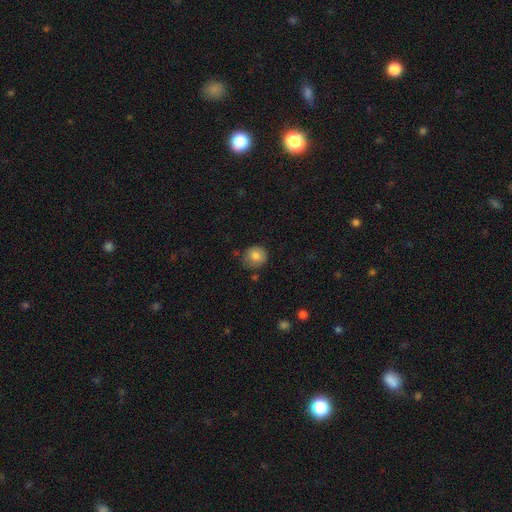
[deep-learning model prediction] The model was most divided on "merging": none: 74%, minor disturbance: 19%, major disturbance: 4%, merger: 3%. More confident: how rounded — round (86%); smooth or featured — smooth (81%).